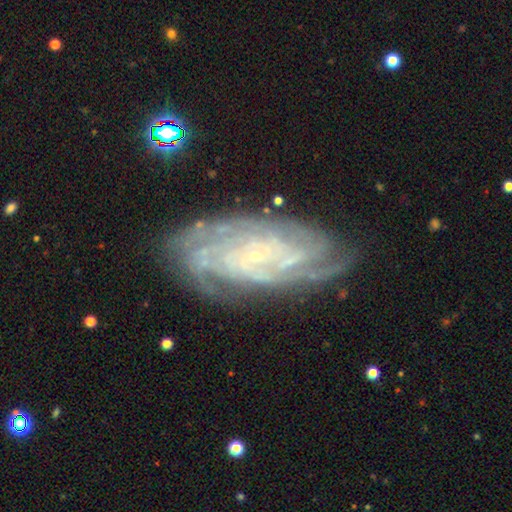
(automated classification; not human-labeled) smooth-or-featured: featured or disk: 87% | star or artifact: 7% | smooth: 6%
  disk-edge-on: no: 94% | yes: 6%
    bar: no: 68% | weak: 22% | strong: 9%
    has-spiral-arms: yes: 97% | no: 3%
      spiral-winding: tight: 74% | medium: 22% | loose: 4%
      spiral-arm-count: 4: 26% | can't tell: 25% | more than 4: 17% | 3: 15% | 2: 11% | 1: 7%
    bulge-size: small: 87% | moderate: 6% | none: 5% | large: 1% | dominant: 1%
  merging: none: 78% | minor disturbance: 15% | major disturbance: 5% | merger: 2%